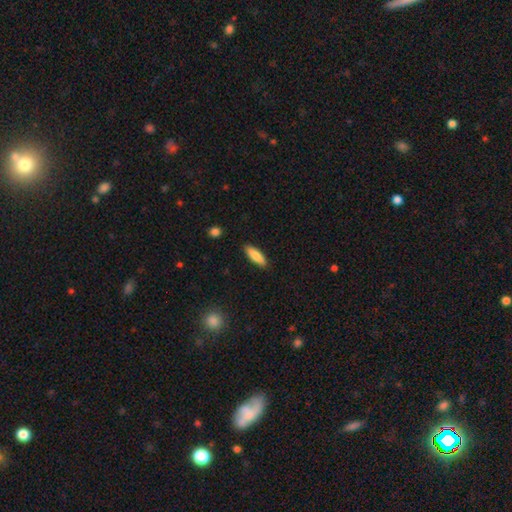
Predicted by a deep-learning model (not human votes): Smooth or featured? smooth (84%)
How rounded? cigar-shaped (53%)
Merging? none (89%)